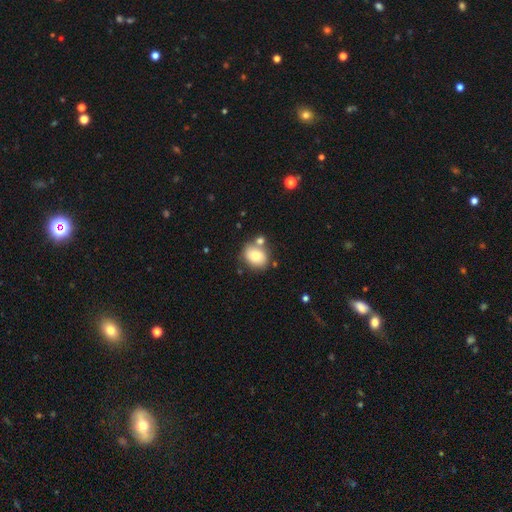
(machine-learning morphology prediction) smooth_or_featured: smooth (p=0.77) [alt: featured or disk p=0.15]
how_rounded: in between (p=0.54) [alt: round p=0.45]
merging: none (p=0.62) [alt: merger p=0.20]